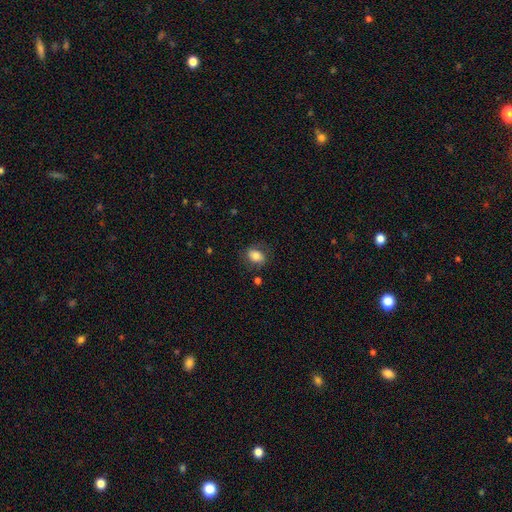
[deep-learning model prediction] A smooth galaxy with no disk features (77%) that is in between round and cigar-shaped (73%). Merging: none (73%).